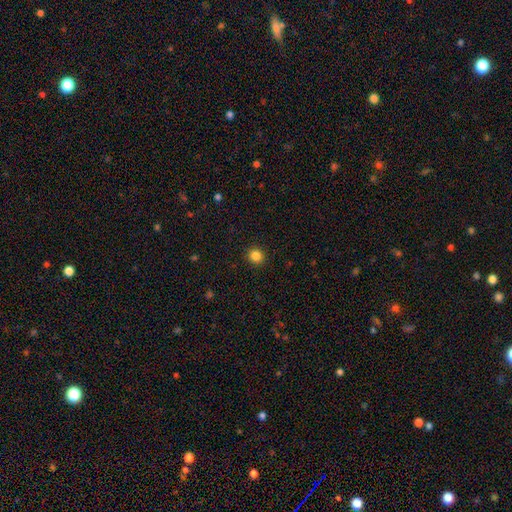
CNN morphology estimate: Smooth or featured: smooth — 84% (star or artifact — 12%)
How rounded: round — 90% (in between — 9%)
Merging: none — 92% (minor disturbance — 5%)